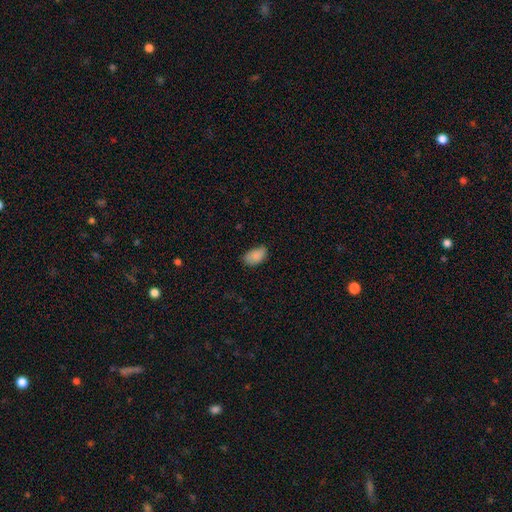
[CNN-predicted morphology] This appears to be a smooth galaxy with no disk features (88%) that is in between round and cigar-shaped (93%). Merging: none (69%).